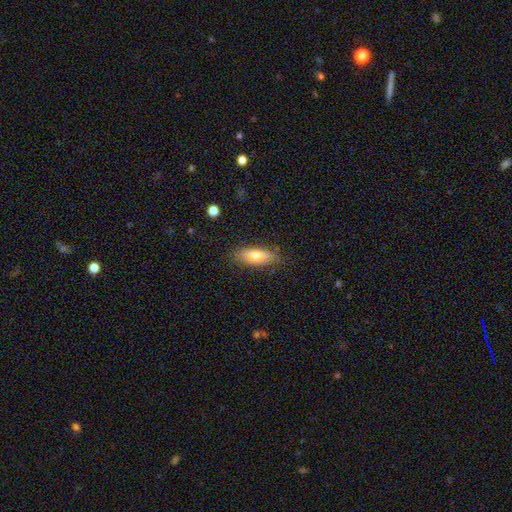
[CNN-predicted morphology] smooth_or_featured: smooth (p=0.65) [alt: featured or disk p=0.28]
how_rounded: in between (p=0.61) [alt: cigar-shaped p=0.37]
merging: none (p=0.80) [alt: minor disturbance p=0.15]